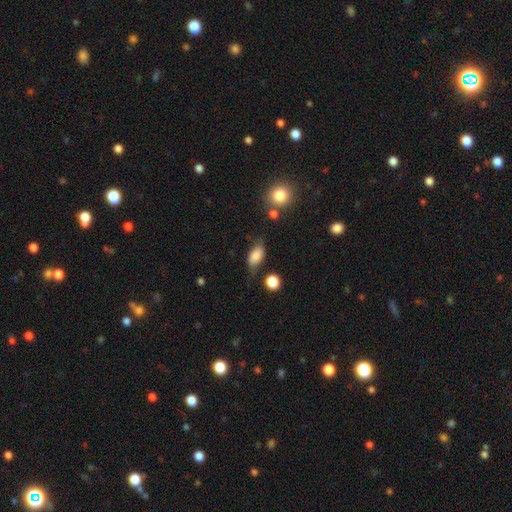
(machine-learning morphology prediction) Smooth or featured? Predicted: smooth (p=0.79). How rounded? Predicted: in between (p=0.86). Merging? Predicted: none (p=0.59).